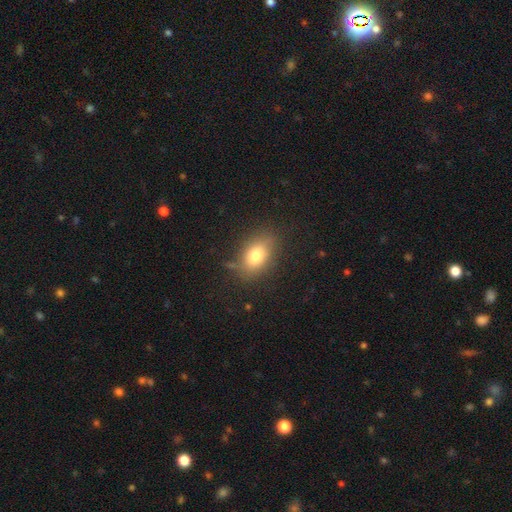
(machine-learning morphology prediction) Overall: smooth (76%). How rounded: in between (81%). Merging: none (77%).